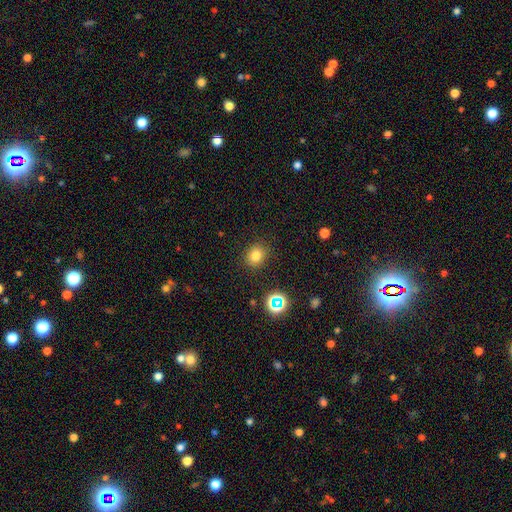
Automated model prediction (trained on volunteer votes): Smooth or featured? smooth (78%)
How rounded? round (68%)
Merging? none (86%)